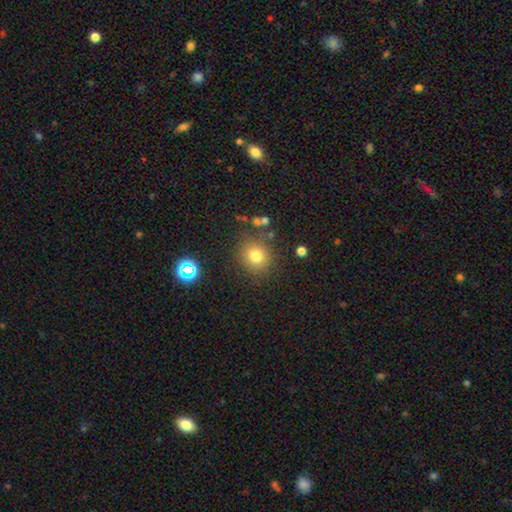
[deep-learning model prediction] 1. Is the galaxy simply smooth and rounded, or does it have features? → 77% smooth, 15% star or artifact, 8% featured or disk.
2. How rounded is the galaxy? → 88% round, 11% in between, 1% cigar-shaped.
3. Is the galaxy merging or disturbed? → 83% none, 9% minor disturbance, 4% merger, 4% major disturbance.